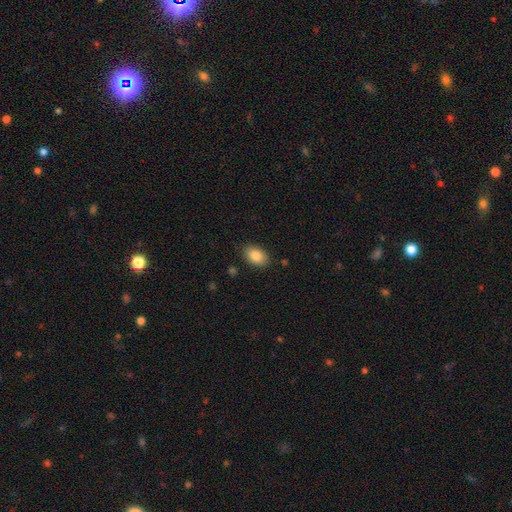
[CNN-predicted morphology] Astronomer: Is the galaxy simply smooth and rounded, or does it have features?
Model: smooth — 85%.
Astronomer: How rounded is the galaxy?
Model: in between — 87%.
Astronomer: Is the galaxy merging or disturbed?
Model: none — 85%.